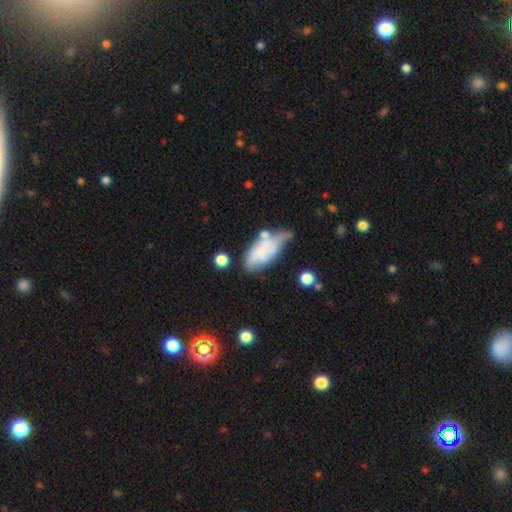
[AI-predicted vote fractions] smooth 50%, featured or disk 42%, star or artifact 8%. Down the decision tree: how rounded — in between (85%); merging — none (32%).